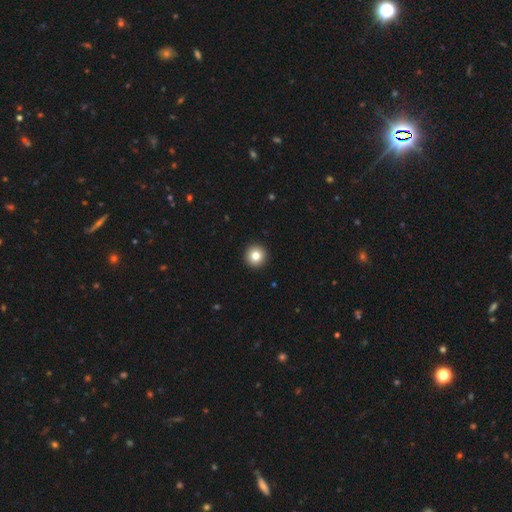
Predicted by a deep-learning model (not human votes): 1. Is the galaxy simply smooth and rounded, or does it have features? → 81% smooth, 10% star or artifact, 9% featured or disk.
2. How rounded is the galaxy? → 96% round, 3% in between, 1% cigar-shaped.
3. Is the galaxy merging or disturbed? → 94% none, 4% minor disturbance, 1% major disturbance, 1% merger.